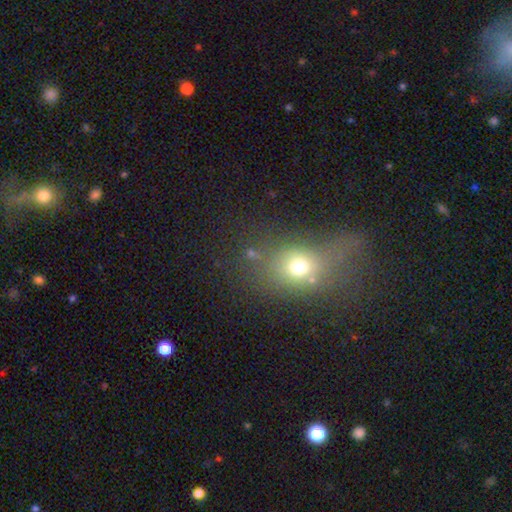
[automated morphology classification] This is possibly a smooth galaxy (58%). How rounded: possibly round (53%). Merging: marginally none (43%).